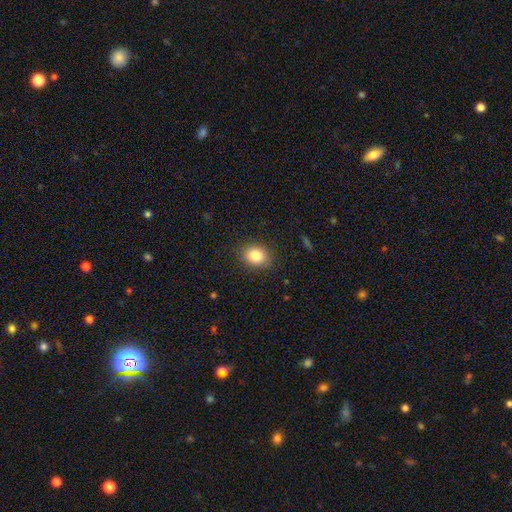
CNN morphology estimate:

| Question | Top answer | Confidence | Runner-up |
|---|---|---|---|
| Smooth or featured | smooth | 84% | star or artifact (9%) |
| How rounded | in between | 53% | round (46%) |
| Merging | none | 87% | minor disturbance (9%) |